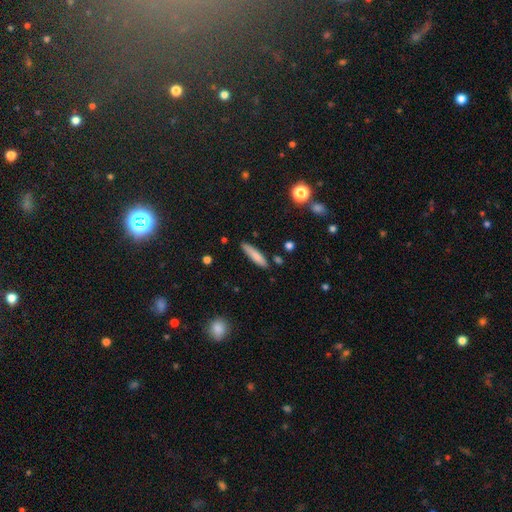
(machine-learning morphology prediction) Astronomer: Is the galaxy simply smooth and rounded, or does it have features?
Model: smooth — 81%.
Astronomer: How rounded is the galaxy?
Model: cigar-shaped — 82%.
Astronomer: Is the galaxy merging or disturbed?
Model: none — 82%.